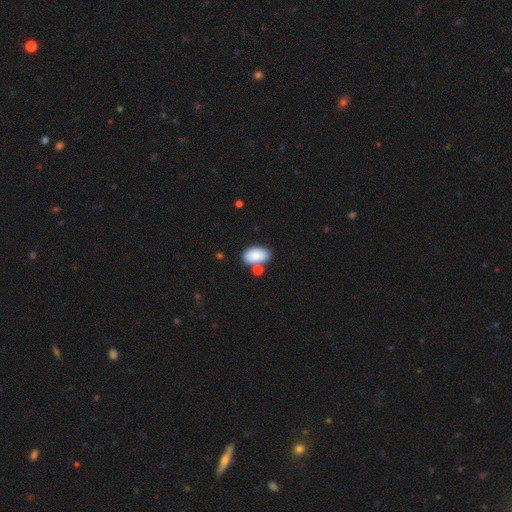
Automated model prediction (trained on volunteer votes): A smooth galaxy with no disk features (87%) that is in between round and cigar-shaped (94%).

Vote fractions:
- Smooth or featured? smooth: 87% / star or artifact: 7% / featured or disk: 6%
- How rounded? in between: 94% / round: 4% / cigar-shaped: 1%
- Merging? none: 64% / merger: 19% / minor disturbance: 13% / major disturbance: 4%